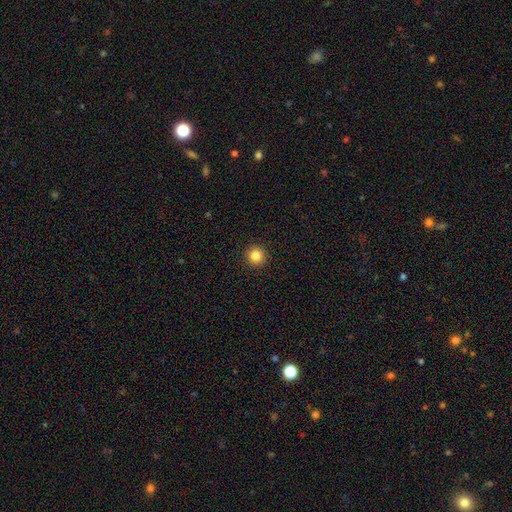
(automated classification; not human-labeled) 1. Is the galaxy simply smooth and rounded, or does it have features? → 84% smooth, 11% star or artifact, 5% featured or disk.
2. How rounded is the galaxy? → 95% round, 4% in between, 1% cigar-shaped.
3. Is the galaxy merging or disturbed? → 93% none, 5% minor disturbance, 2% major disturbance, 1% merger.